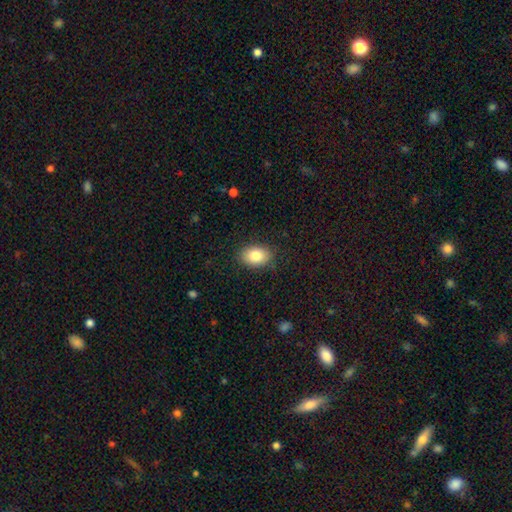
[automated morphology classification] This appears to be a smooth galaxy with no disk features (83%) that is in between round and cigar-shaped (83%). Merging: none (86%).